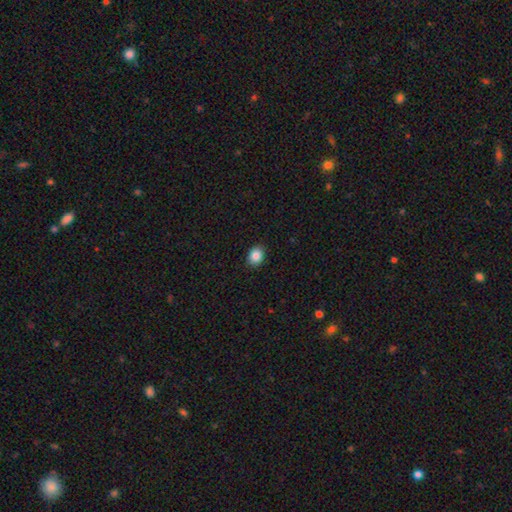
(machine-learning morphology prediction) smooth-or-featured: smooth: 87% | star or artifact: 9% | featured or disk: 4%
  how-rounded: in between: 54% | round: 45% | cigar-shaped: 1%
  merging: none: 90% | minor disturbance: 7% | major disturbance: 2% | merger: 1%